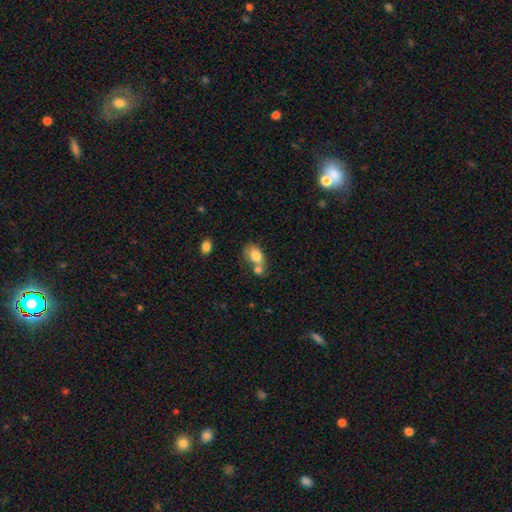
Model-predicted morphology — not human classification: This is likely a smooth galaxy (77%). How rounded: likely in between (75%). Merging: possibly merger (52%).